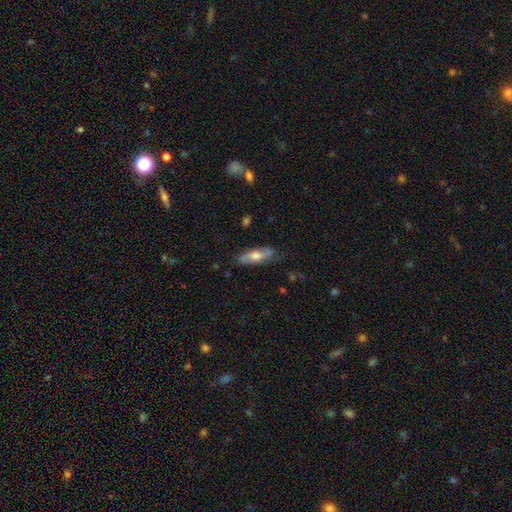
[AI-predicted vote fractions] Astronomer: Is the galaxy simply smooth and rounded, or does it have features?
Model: featured or disk — 50% (runner-up: smooth, 44%).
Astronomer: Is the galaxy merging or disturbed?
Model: none — 75%.